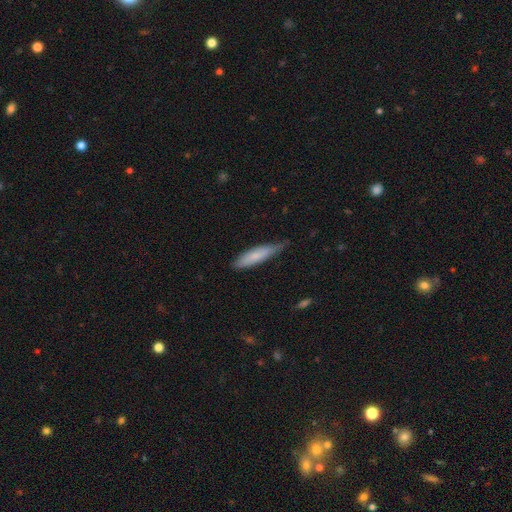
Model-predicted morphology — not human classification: The model was most divided on "merging": none: 59%, minor disturbance: 34%, major disturbance: 5%, merger: 2%. More confident: how rounded — cigar-shaped (75%); smooth or featured — smooth (73%).